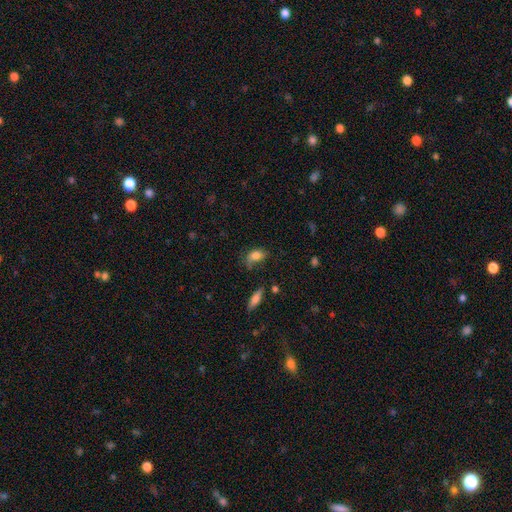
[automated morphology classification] This appears to be a smooth galaxy with no disk features (78%) that is in between round and cigar-shaped (85%). Merging: none (43%).